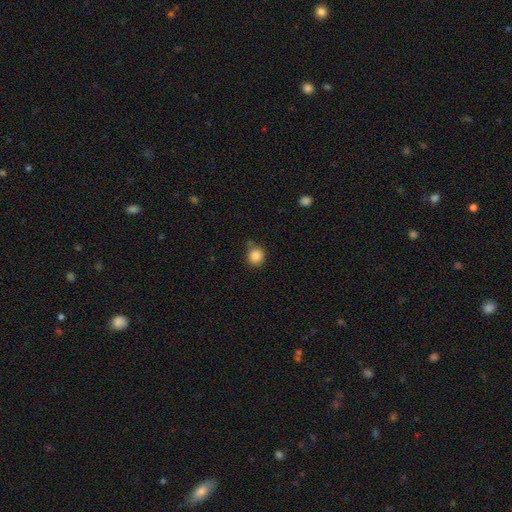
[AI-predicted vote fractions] This is clearly a smooth galaxy (87%). How rounded: clearly round (91%). Merging: likely none (77%).